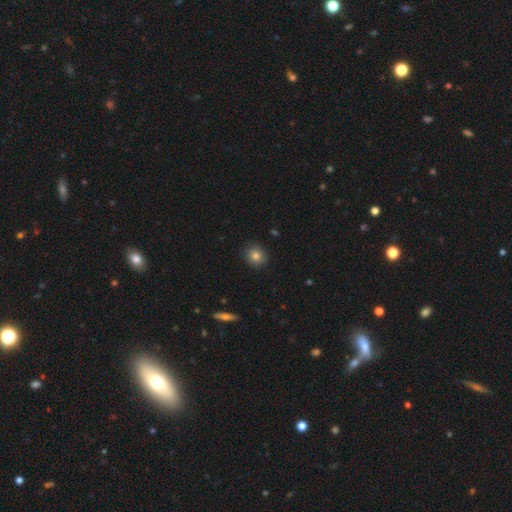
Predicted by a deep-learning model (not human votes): smooth 81%, star or artifact 10%, featured or disk 9%. Down the decision tree: how rounded — round (86%); merging — none (89%).